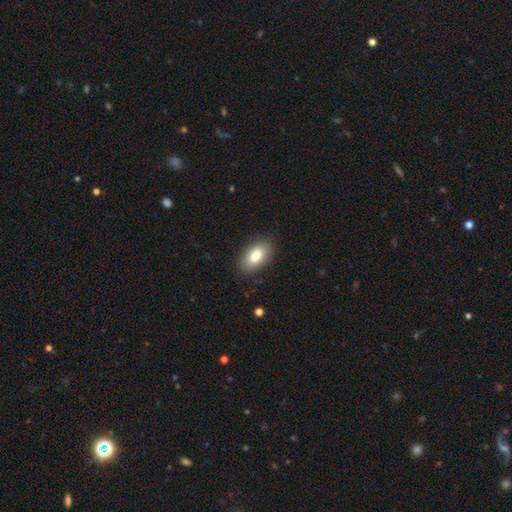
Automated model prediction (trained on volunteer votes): Smooth or featured? smooth (82%)
How rounded? in between (94%)
Merging? none (88%)